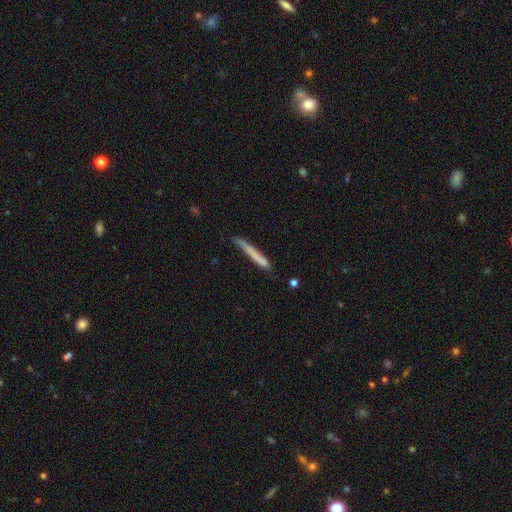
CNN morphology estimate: This is likely a smooth galaxy (67%). How rounded: clearly cigar-shaped (97%). Merging: likely none (74%).